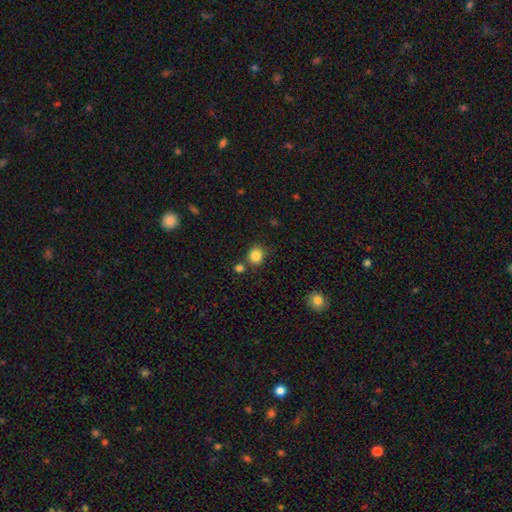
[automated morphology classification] smooth_or_featured: smooth (p=0.84) [alt: star or artifact p=0.11]
how_rounded: round (p=0.81) [alt: in between p=0.18]
merging: none (p=0.78) [alt: minor disturbance p=0.10]